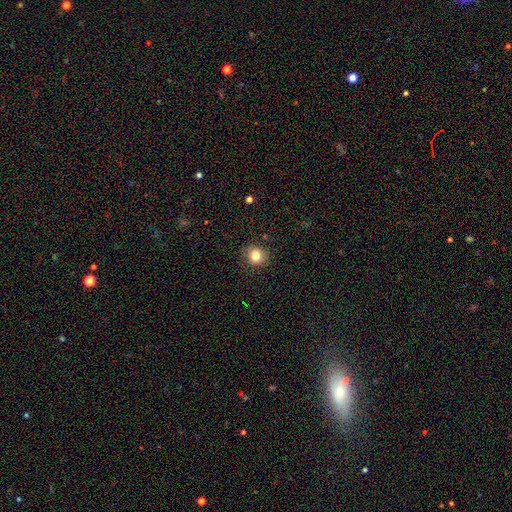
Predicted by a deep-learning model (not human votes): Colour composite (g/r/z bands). It shows a smooth galaxy with no disk features (82%) that is round (85%). Merging: none (88%).